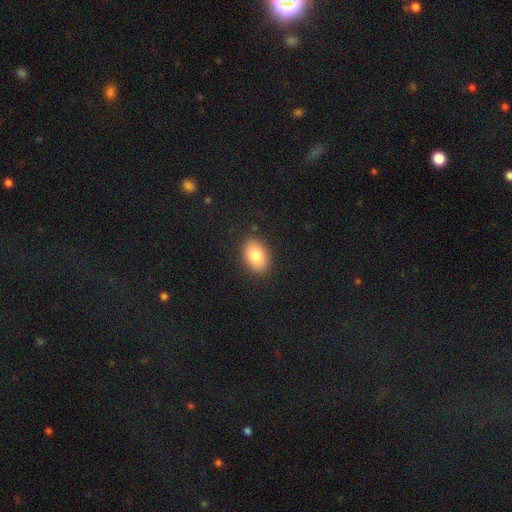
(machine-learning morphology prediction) Smooth or featured? smooth (83%)
How rounded? in between (85%)
Merging? none (88%)